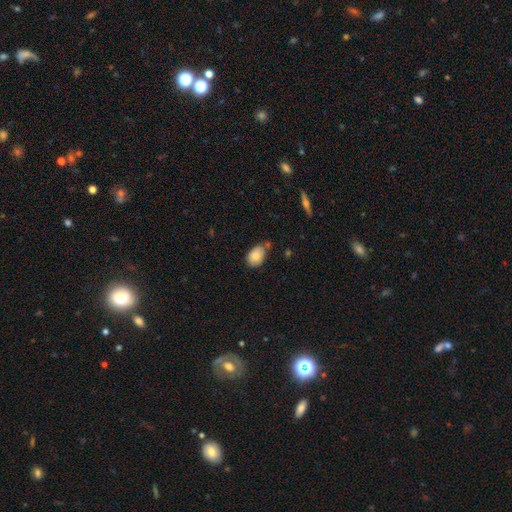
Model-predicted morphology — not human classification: Overall: smooth (83%). How rounded: in between (78%). Merging: none (58%; minor disturbance 28%).